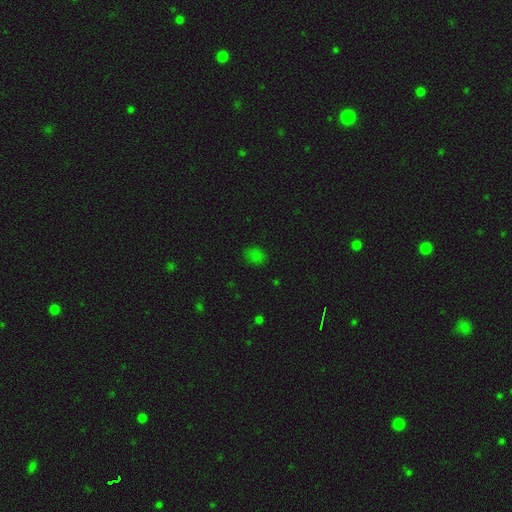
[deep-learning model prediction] Smooth or featured? Predicted: smooth (p=0.74). How rounded? Predicted: in between (p=0.50). Merging? Predicted: none (p=0.80).